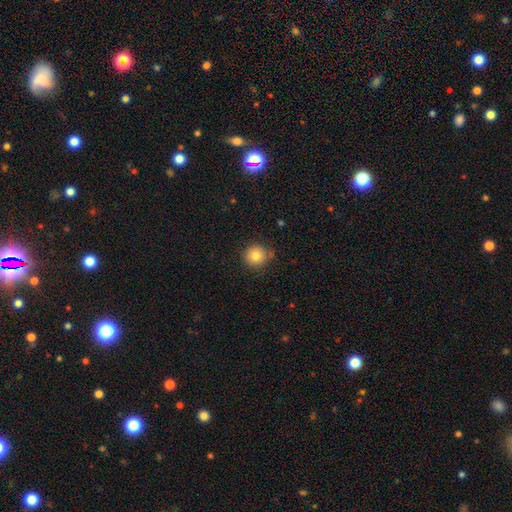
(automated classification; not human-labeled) A smooth galaxy with no disk features (81%) that is round (93%). Merging: none (84%).